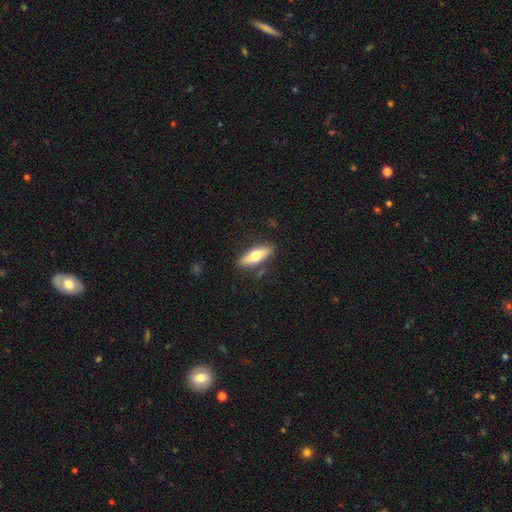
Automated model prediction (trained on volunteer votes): Morphology: type=smooth (65%); roundness=in between (60%); merging=none (84%).